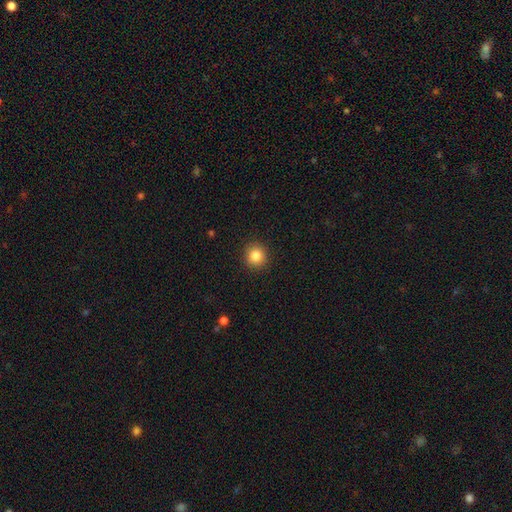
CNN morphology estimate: This is clearly a smooth galaxy (84%). How rounded: clearly round (90%). Merging: clearly none (90%).